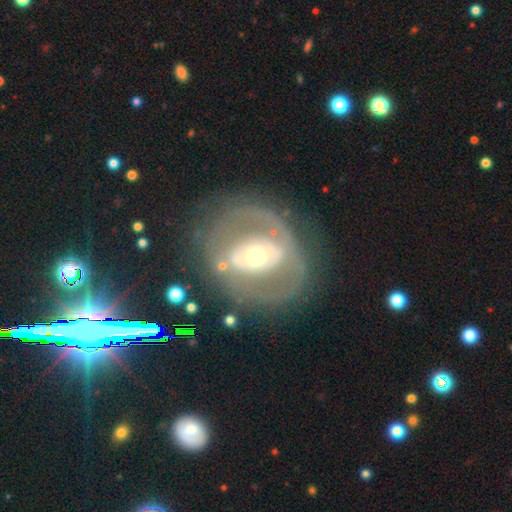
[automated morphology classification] smooth_or_featured: featured or disk (p=0.69) [alt: smooth p=0.24]
disk_edge_on: no (p=0.94) [alt: yes p=0.06]
bar: no (p=0.51) [alt: weak p=0.27]
has_spiral_arms: no (p=0.66) [alt: yes p=0.34]
bulge_size: moderate (p=0.60) [alt: small p=0.23]
merging: none (p=0.70) [alt: minor disturbance p=0.15]